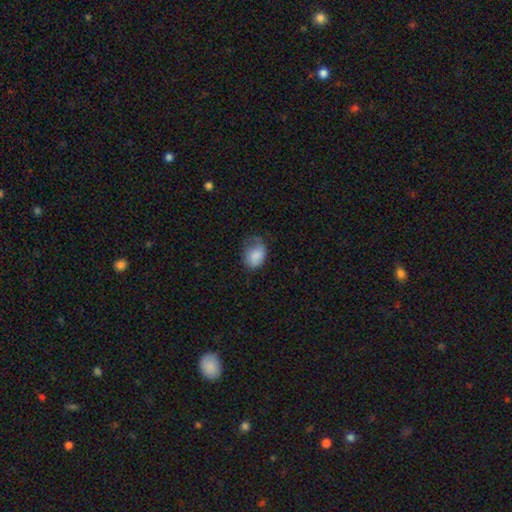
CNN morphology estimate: smooth-or-featured: smooth: 79% | featured or disk: 14% | star or artifact: 8%
  how-rounded: in between: 72% | round: 27% | cigar-shaped: 1%
  merging: none: 40% | minor disturbance: 38% | major disturbance: 20% | merger: 2%